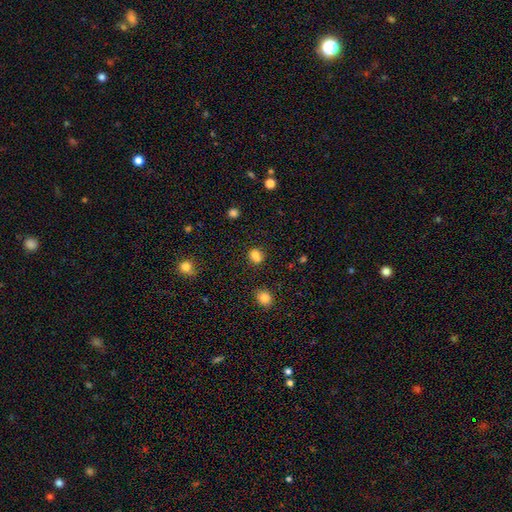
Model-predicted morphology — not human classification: A smooth galaxy with no disk features (76%) that is round (59%).

Vote fractions:
- Smooth or featured? smooth: 76% / star or artifact: 15% / featured or disk: 8%
- How rounded? round: 59% / in between: 40% / cigar-shaped: 2%
- Merging? none: 53% / merger: 31% / minor disturbance: 12% / major disturbance: 4%